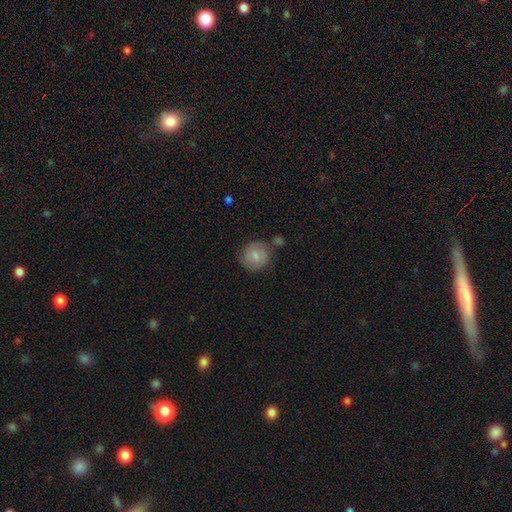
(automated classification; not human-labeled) Morphology: type=smooth (58%); roundness=round (87%); merging=none (71%).